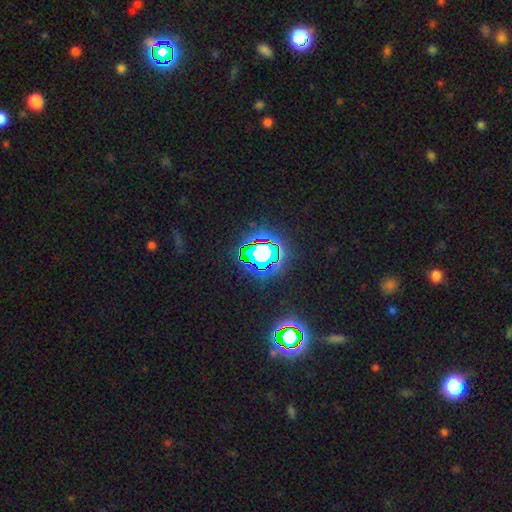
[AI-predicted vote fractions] This is likely a star or artifact rather than a galaxy (78%).